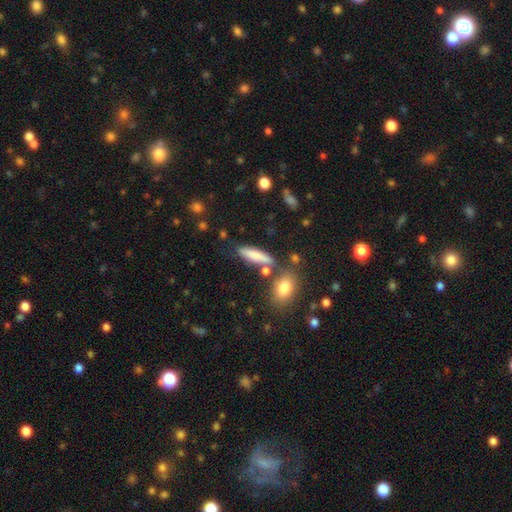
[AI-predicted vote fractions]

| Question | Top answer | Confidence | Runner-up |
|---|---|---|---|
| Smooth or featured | smooth | 78% | featured or disk (14%) |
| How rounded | cigar-shaped | 65% | in between (31%) |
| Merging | none | 69% | minor disturbance (14%) |